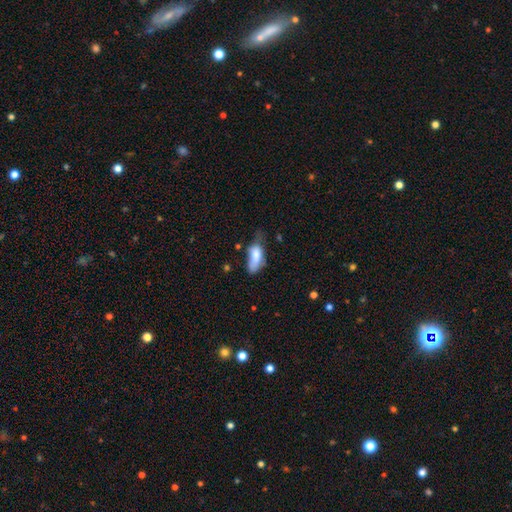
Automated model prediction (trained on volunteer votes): Smooth or featured? Predicted: smooth (p=0.73). How rounded? Predicted: in between (p=0.82). Merging? Predicted: minor disturbance (p=0.36).